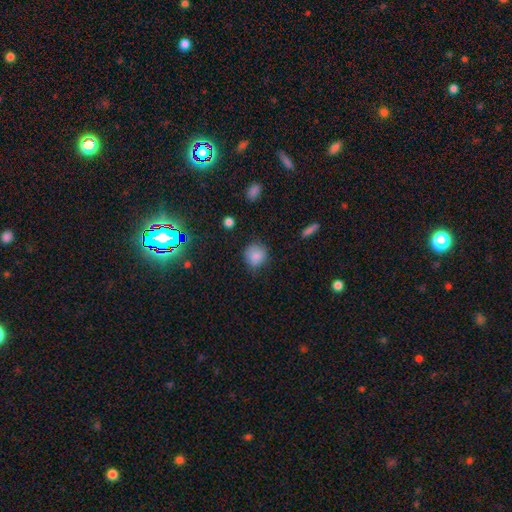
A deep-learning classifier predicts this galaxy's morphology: A smooth galaxy with no disk features (83%) that is round (84%). Merging: none (75%).